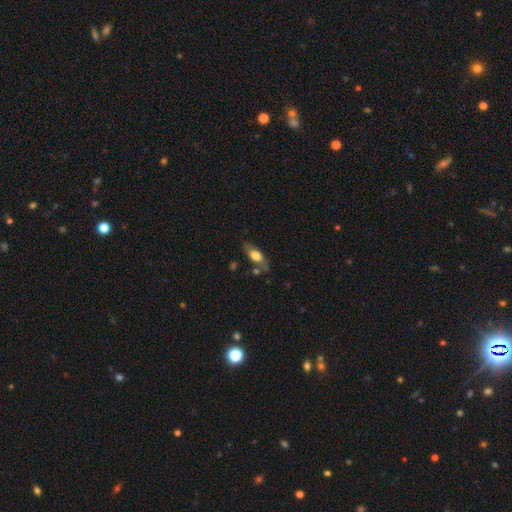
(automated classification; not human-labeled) Smooth or featured: smooth — 59% (featured or disk — 34%)
How rounded: in between — 79% (cigar-shaped — 16%)
Merging: none — 65% (minor disturbance — 21%)